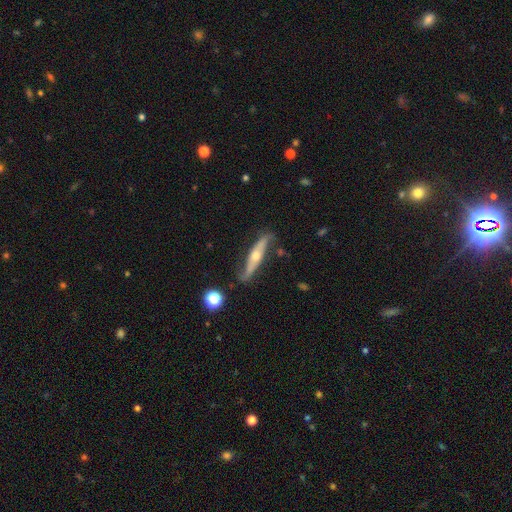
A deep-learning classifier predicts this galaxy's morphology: smooth-or-featured: featured or disk: 72% | smooth: 22% | star or artifact: 6%
  disk-edge-on: yes: 69% | no: 31%
  merging: none: 71% | minor disturbance: 20% | major disturbance: 6% | merger: 3%